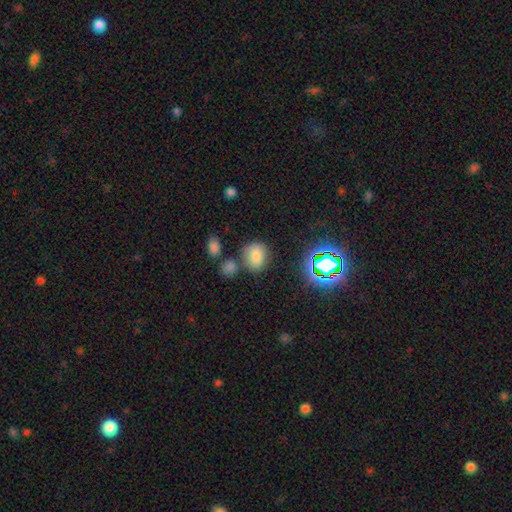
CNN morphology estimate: A smooth galaxy with no disk features (76%) that is round (51%). Merging: none (70%).